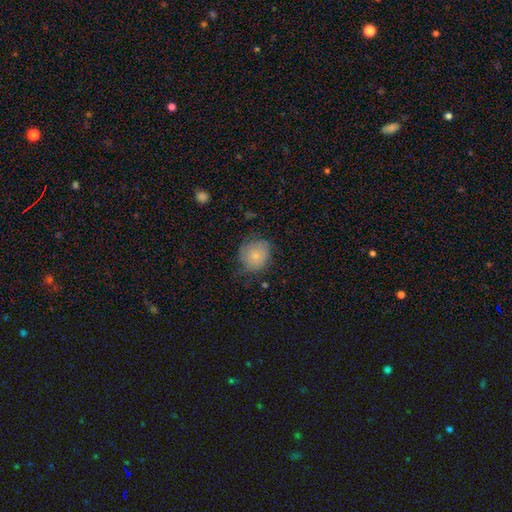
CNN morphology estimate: smooth 76%, featured or disk 16%, star or artifact 8%. Down the decision tree: how rounded — round (80%); merging — none (62%).